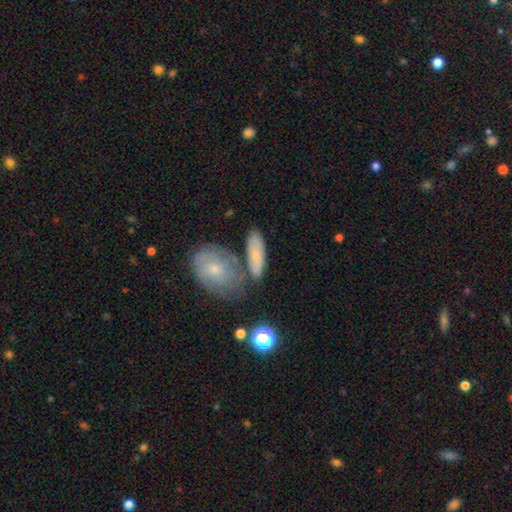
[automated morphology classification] Smooth or featured: smooth — 65% (featured or disk — 26%)
How rounded: in between — 66% (cigar-shaped — 26%)
Merging: none — 56% (merger — 22%)